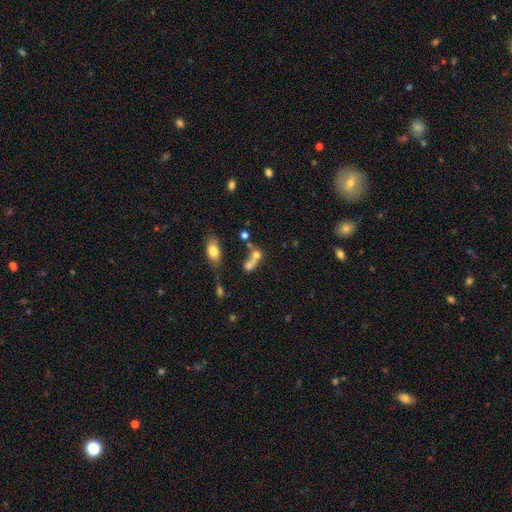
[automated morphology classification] The model was most divided on "how rounded" (2-way tie): round: 47%, in between: 47%, cigar-shaped: 6%. More confident: smooth or featured — smooth (64%); merging — merger (60%).